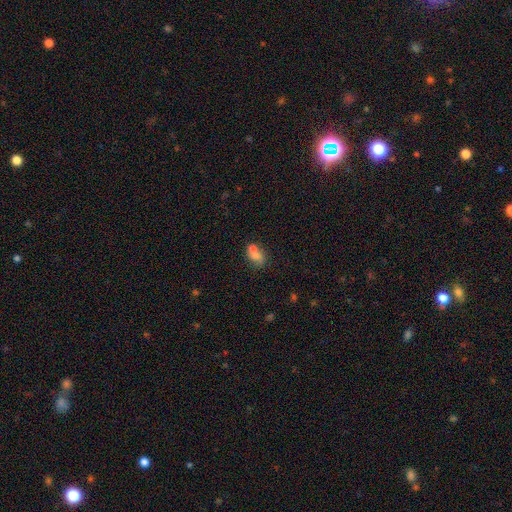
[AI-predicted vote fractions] This appears to be a smooth galaxy with no disk features (67%) that is in between round and cigar-shaped (64%). Merging: merger (53%).